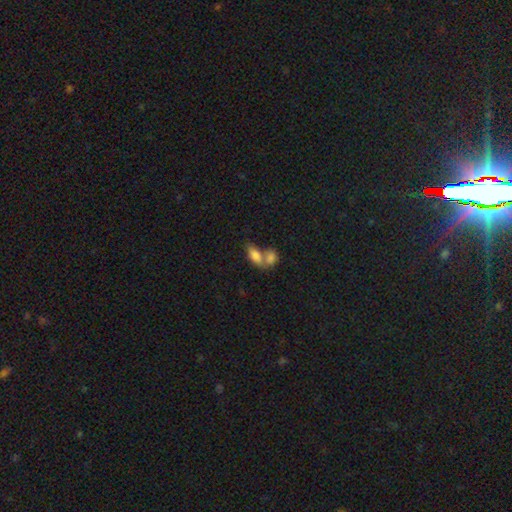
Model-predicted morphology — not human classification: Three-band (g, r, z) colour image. It shows a smooth galaxy with no disk features (78%) that is in between round and cigar-shaped (86%). Merging: merger (63%).